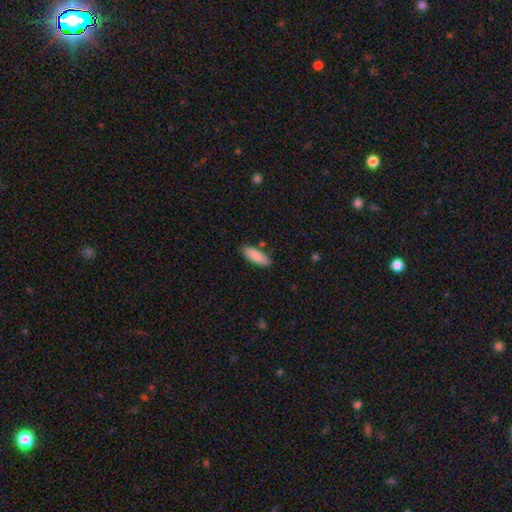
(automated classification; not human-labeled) smooth_or_featured: smooth (p=0.88) [alt: star or artifact p=0.06]
how_rounded: in between (p=0.63) [alt: cigar-shaped p=0.36]
merging: none (p=0.80) [alt: minor disturbance p=0.13]